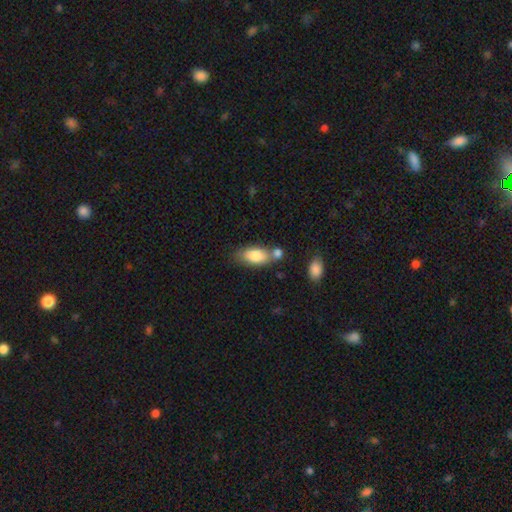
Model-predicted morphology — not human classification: A smooth galaxy with no disk features (80%) that is in between round and cigar-shaped (87%). Merging: none (48%).